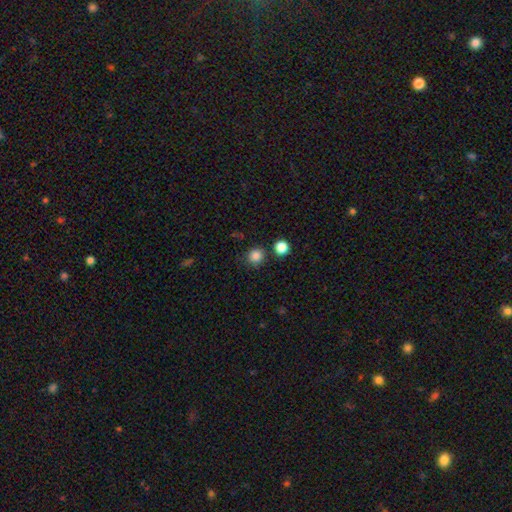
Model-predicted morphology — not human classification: Smooth or featured?
  - smooth: 84% *
  - star or artifact: 12%
  - featured or disk: 4%
How rounded?
  - round: 92% *
  - in between: 7%
  - cigar-shaped: 1%
Merging?
  - none: 82% *
  - minor disturbance: 9%
  - merger: 6%
  - major disturbance: 3%